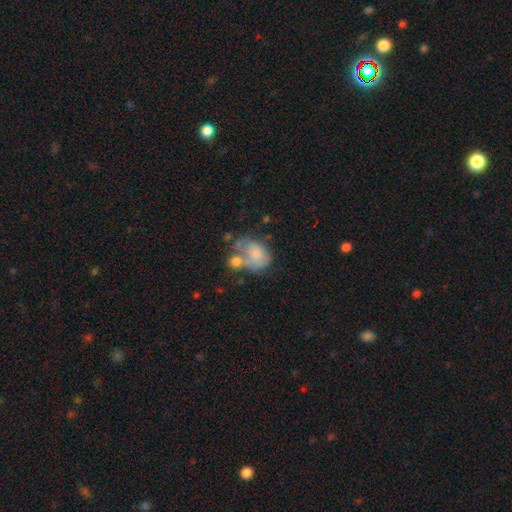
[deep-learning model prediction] Overall: smooth (60%; featured or disk 31%). How rounded: in between (66%; round 33%). Merging: merger (37%; none 22%).